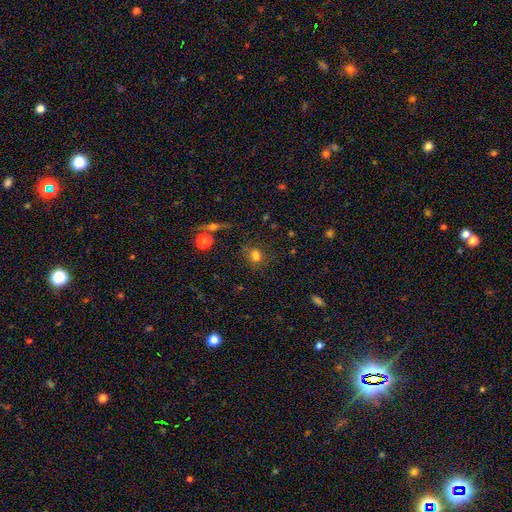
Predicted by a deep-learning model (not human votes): Morphology: type=smooth (71%); roundness=round (58%); merging=none (60%).